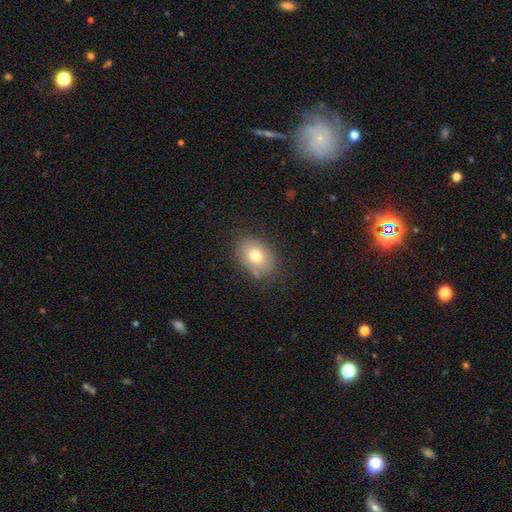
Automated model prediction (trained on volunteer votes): Morphology: type=smooth (74%); roundness=in between (74%); merging=none (80%).